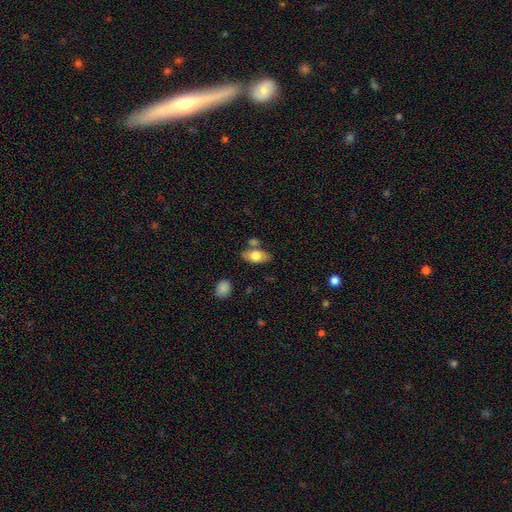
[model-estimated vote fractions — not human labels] Smooth or featured?
  - smooth: 75% *
  - featured or disk: 18%
  - star or artifact: 7%
How rounded?
  - in between: 90% *
  - cigar-shaped: 6%
  - round: 4%
Merging?
  - none: 71% *
  - minor disturbance: 14%
  - merger: 12%
  - major disturbance: 3%